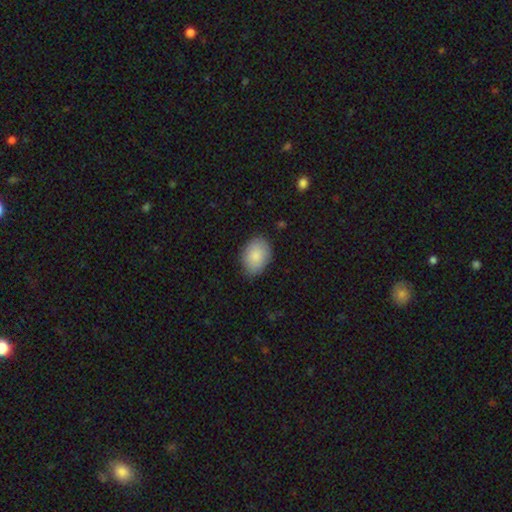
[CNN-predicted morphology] This is clearly a smooth galaxy (86%). How rounded: likely in between (79%). Merging: clearly none (80%).